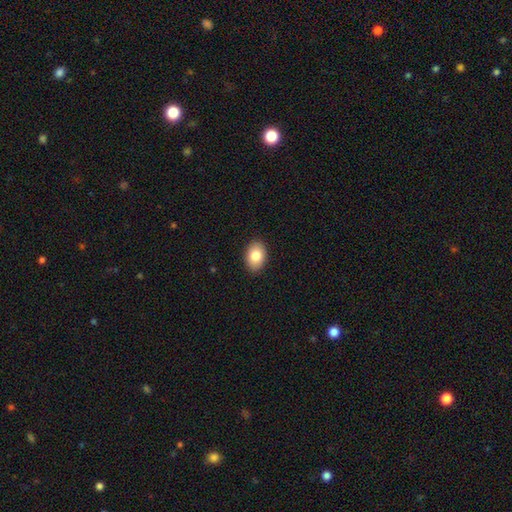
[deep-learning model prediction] smooth_or_featured: smooth (p=0.83) [alt: featured or disk p=0.09]
how_rounded: in between (p=0.84) [alt: round p=0.15]
merging: none (p=0.90) [alt: minor disturbance p=0.08]